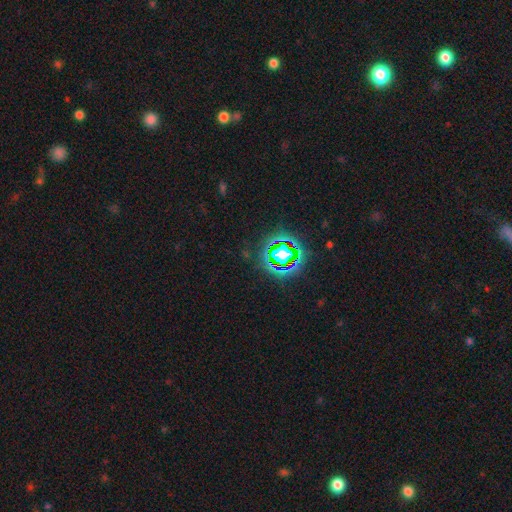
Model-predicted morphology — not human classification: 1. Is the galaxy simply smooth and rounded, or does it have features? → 82% star or artifact, 12% smooth, 7% featured or disk.